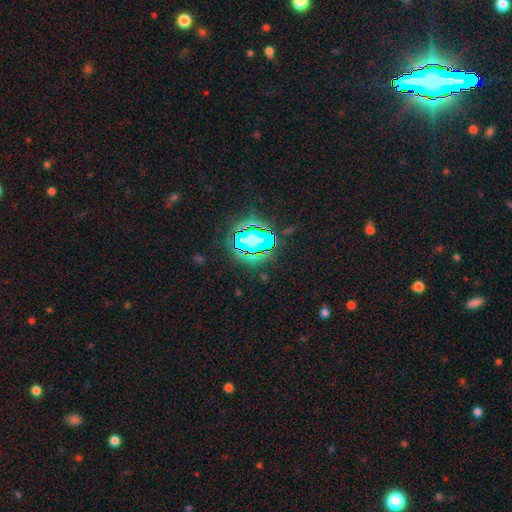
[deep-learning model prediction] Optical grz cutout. It shows a star or artifact, not a galaxy (81%).